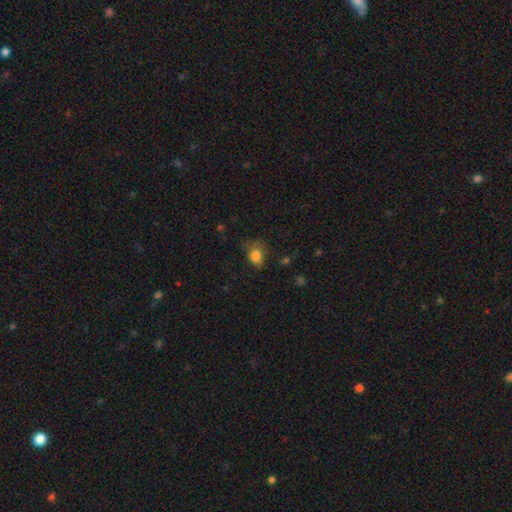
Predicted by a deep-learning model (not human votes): A smooth galaxy with no disk features (81%) that is in between round and cigar-shaped (51%). Merging: none (47%).